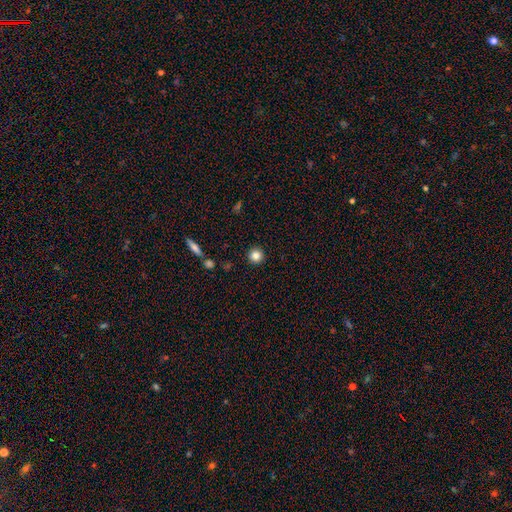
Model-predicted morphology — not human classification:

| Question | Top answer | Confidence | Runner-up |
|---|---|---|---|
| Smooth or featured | smooth | 83% | star or artifact (11%) |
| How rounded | round | 95% | in between (4%) |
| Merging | none | 92% | minor disturbance (5%) |